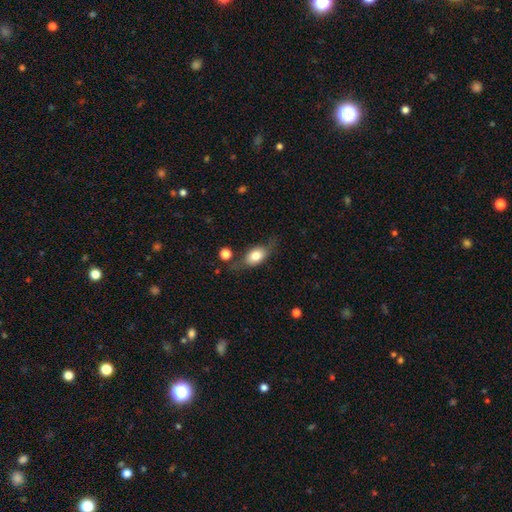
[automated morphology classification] A smooth galaxy with no disk features (69%) that is in between round and cigar-shaped (77%). Merging: none (58%).